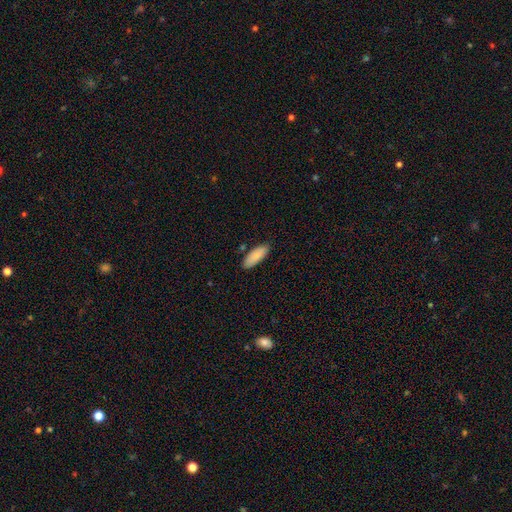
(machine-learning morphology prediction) Smooth or featured: smooth — 87% (featured or disk — 7%)
How rounded: in between — 69% (cigar-shaped — 29%)
Merging: none — 85% (minor disturbance — 10%)